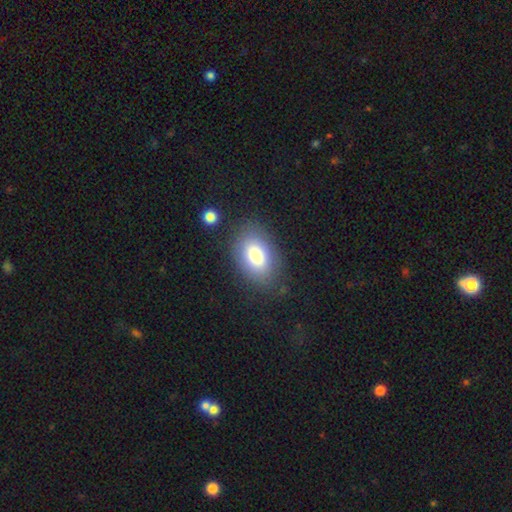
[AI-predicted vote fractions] Morphology: type=smooth (81%); roundness=in between (89%); merging=none (79%).